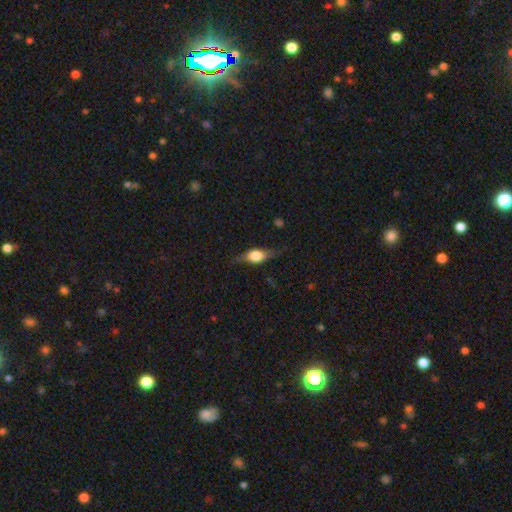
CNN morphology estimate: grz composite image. It shows a featured or disk galaxy (49%). Merging: none (74%).